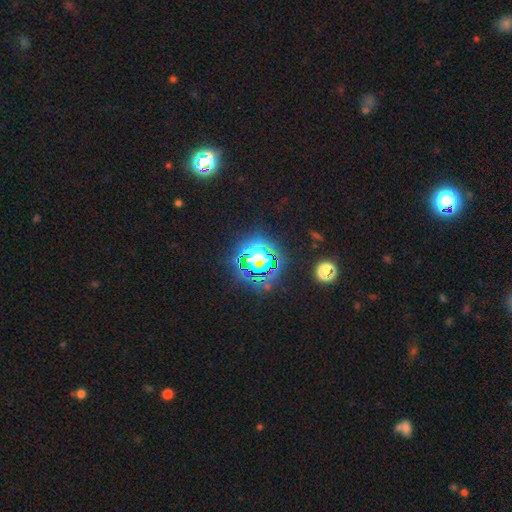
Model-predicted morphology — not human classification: Smooth or featured? star or artifact (72%)